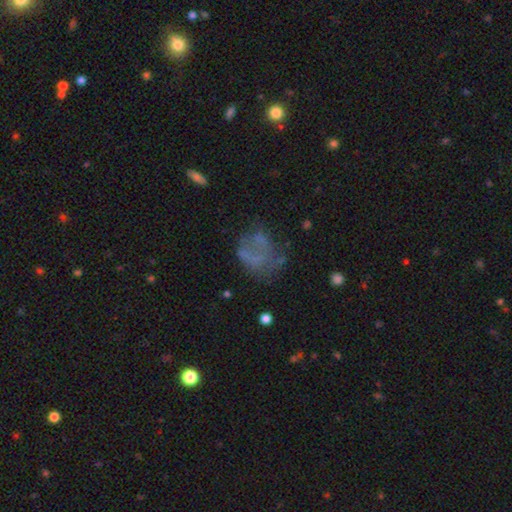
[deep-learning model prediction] featured or disk 40%, smooth 39%, star or artifact 21%. Down the decision tree: merging — none (41%).